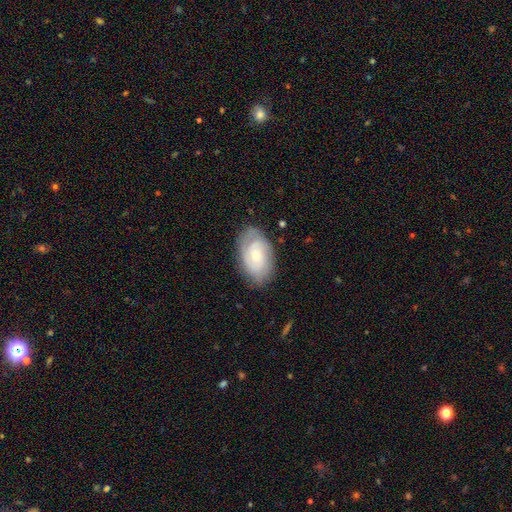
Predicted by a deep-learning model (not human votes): Smooth or featured? Predicted: featured or disk (p=0.66). Edge-on disk? Predicted: no (p=0.95). Bar? Predicted: no (p=0.68). Spiral arms? Predicted: yes (p=0.87). Spiral winding? Predicted: tight (p=0.57). Spiral arm count? Predicted: 2 (p=0.43). Bulge size? Predicted: small (p=0.64). Merging? Predicted: none (p=0.77).